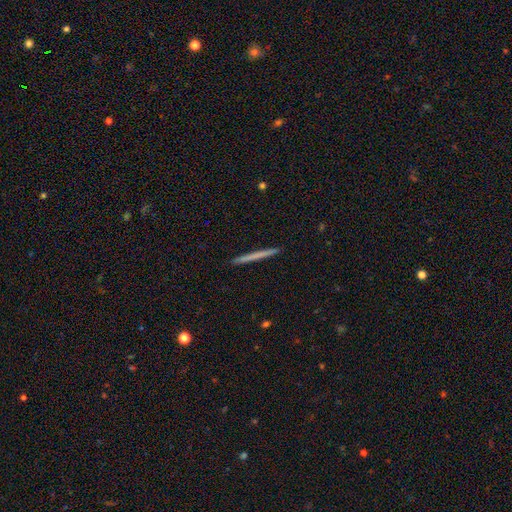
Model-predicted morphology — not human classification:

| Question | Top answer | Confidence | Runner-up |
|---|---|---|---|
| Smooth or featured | smooth | 59% | featured or disk (36%) |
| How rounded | cigar-shaped | 97% | in between (1%) |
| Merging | none | 93% | minor disturbance (5%) |